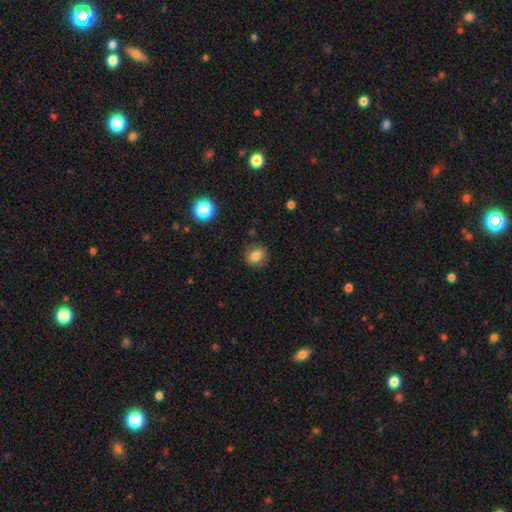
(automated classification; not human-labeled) Overall: smooth (81%). How rounded: round (70%). Merging: none (86%).